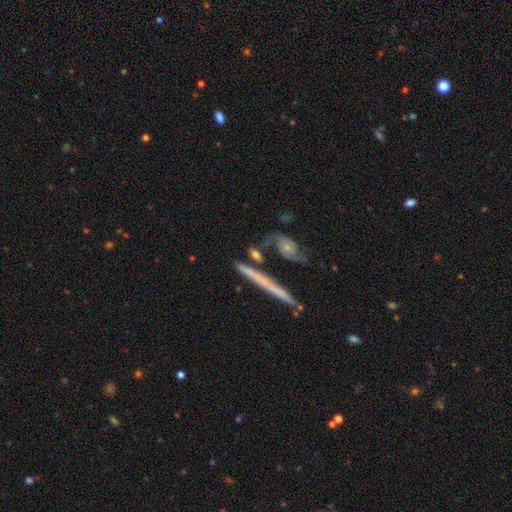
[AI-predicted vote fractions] smooth-or-featured: featured or disk: 60% | smooth: 32% | star or artifact: 8%
  disk-edge-on: yes: 72% | no: 28%
  merging: none: 69% | minor disturbance: 14% | merger: 13% | major disturbance: 5%